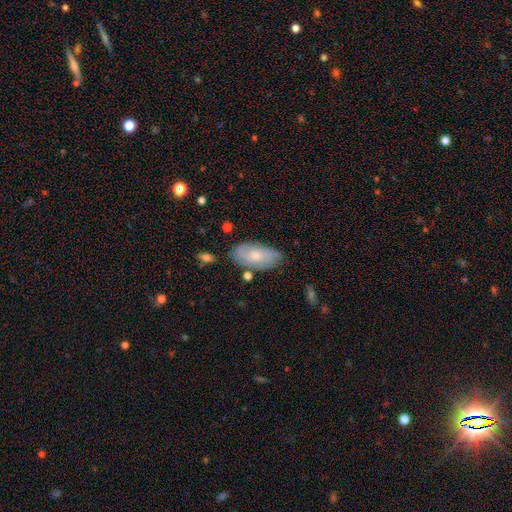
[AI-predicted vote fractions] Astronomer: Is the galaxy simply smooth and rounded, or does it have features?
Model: smooth — 54% (runner-up: featured or disk, 39%).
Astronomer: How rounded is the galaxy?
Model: in between — 92%.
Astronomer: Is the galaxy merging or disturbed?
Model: none — 73%.